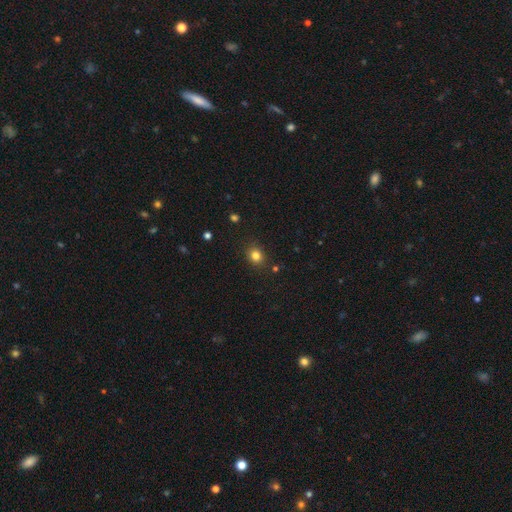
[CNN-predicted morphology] Overall: smooth (81%). How rounded: round (72%). Merging: none (87%).